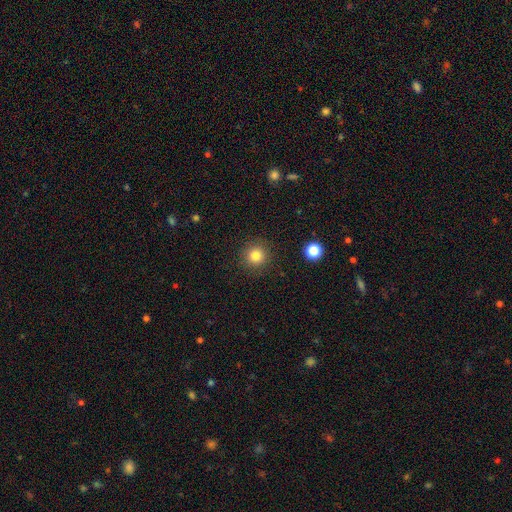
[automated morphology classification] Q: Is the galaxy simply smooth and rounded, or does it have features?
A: smooth — 82%.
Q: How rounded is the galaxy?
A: round — 94%.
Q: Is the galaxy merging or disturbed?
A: none — 90%.